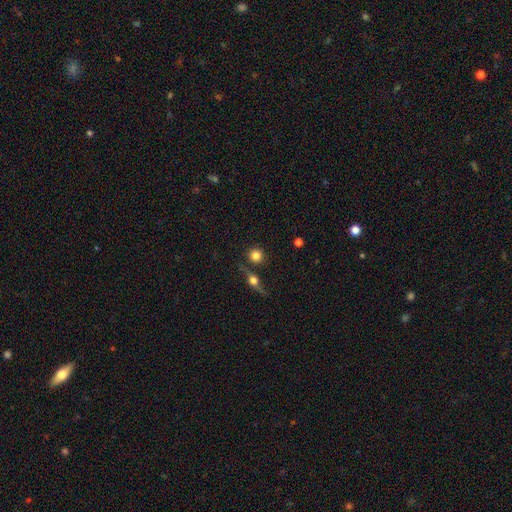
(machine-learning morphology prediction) Smooth or featured: smooth — 77% (featured or disk — 13%)
How rounded: round — 91% (in between — 7%)
Merging: none — 78% (merger — 10%)